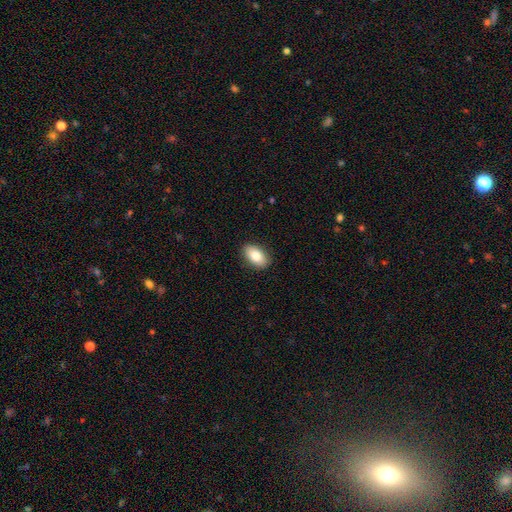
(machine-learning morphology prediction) Q: Smooth or featured?
A: smooth (84%); runner-up: featured or disk (10%)
Q: How rounded?
A: in between (92%); runner-up: round (6%)
Q: Merging?
A: none (88%); runner-up: minor disturbance (9%)